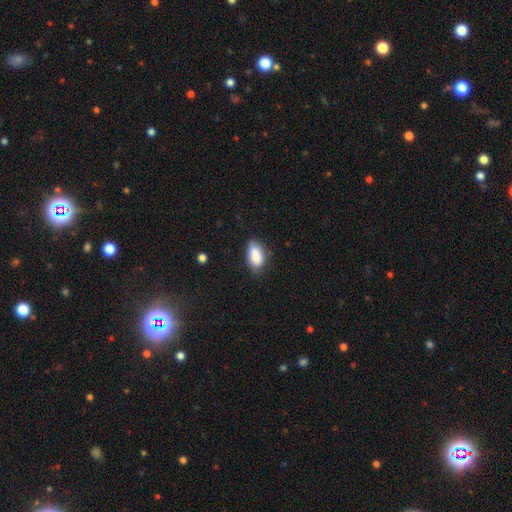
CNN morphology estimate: This is clearly a smooth galaxy (86%). How rounded: clearly in between (93%). Merging: likely none (71%).